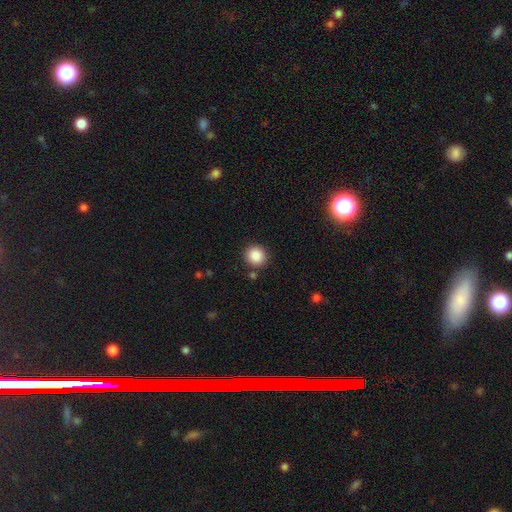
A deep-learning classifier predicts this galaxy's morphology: Smooth or featured? smooth (88%)
How rounded? round (87%)
Merging? none (86%)